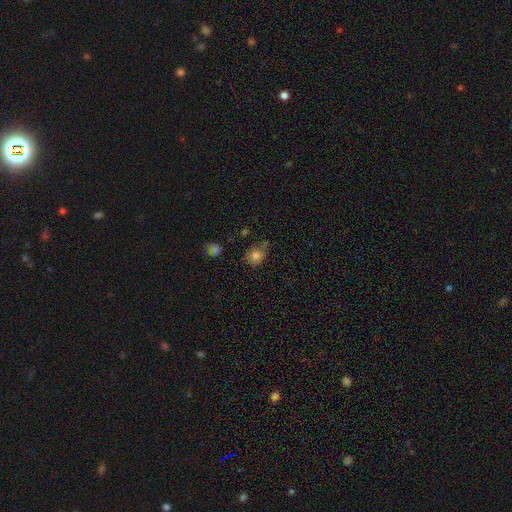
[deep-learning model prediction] Smooth or featured? Predicted: smooth (p=0.81). How rounded? Predicted: round (p=0.78). Merging? Predicted: none (p=0.61).